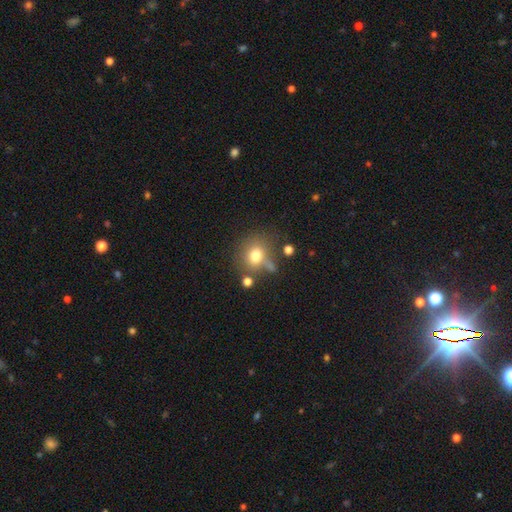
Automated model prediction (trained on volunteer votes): Smooth or featured: smooth — 73% (star or artifact — 14%)
How rounded: round — 74% (in between — 25%)
Merging: none — 62% (minor disturbance — 17%)